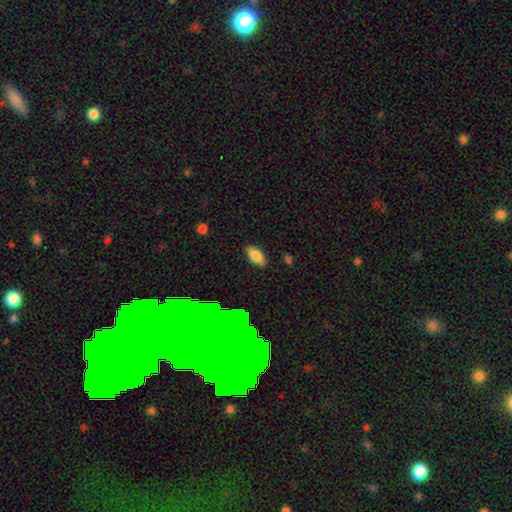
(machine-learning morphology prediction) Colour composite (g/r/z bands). It shows a smooth galaxy with no disk features (81%) that is in between round and cigar-shaped (91%). Merging: none (85%).